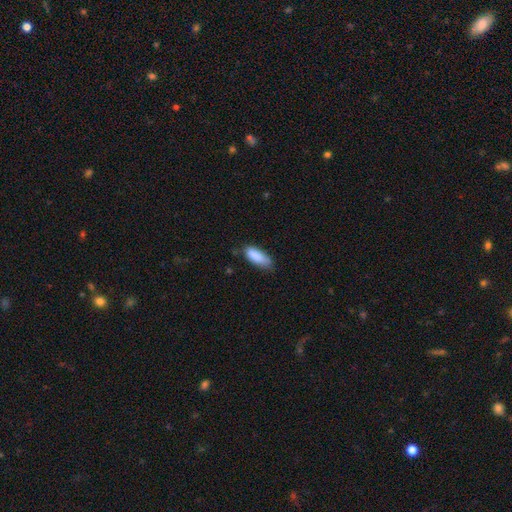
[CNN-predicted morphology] This is clearly a smooth galaxy (87%). How rounded: likely in between (75%). Merging: likely none (64%).